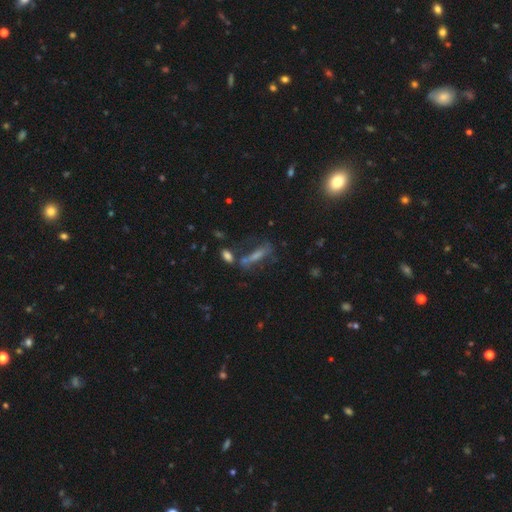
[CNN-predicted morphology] Smooth or featured? featured or disk (42%)
Merging? none (54%)